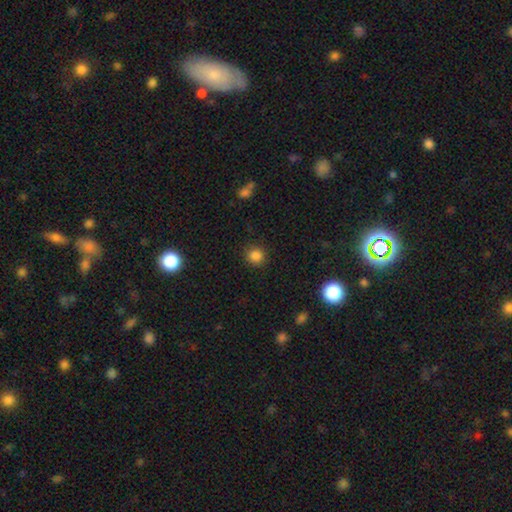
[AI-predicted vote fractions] This appears to be a smooth galaxy with no disk features (84%) that is round (91%). Merging: none (89%).